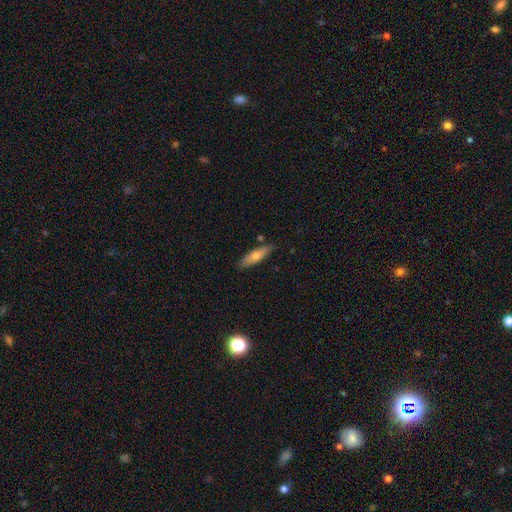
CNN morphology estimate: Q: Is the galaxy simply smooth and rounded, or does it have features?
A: smooth — 64%.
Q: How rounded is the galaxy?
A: cigar-shaped — 61%.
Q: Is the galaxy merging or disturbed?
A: none — 82%.